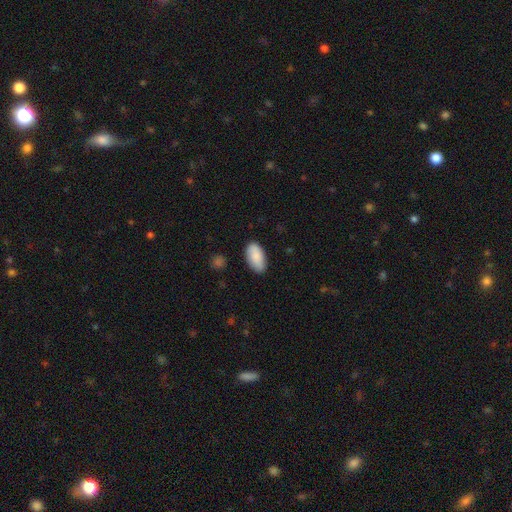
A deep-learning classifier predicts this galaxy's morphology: Overall: smooth (87%). How rounded: in between (95%). Merging: none (83%).